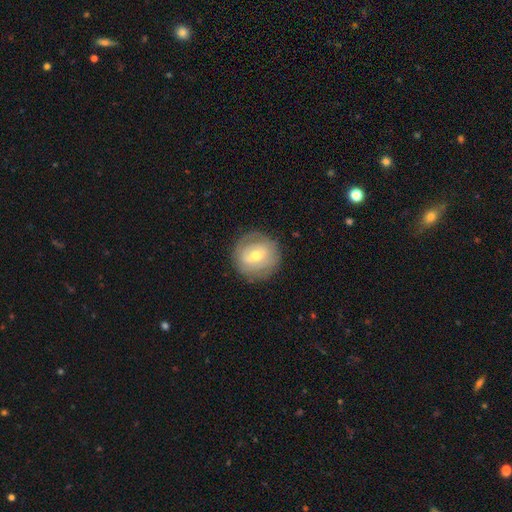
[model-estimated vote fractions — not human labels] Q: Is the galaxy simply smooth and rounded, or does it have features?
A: featured or disk — 55%.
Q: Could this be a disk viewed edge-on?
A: no — 96%.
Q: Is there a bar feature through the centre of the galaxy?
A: weak — 50%.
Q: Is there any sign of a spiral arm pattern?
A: yes — 55%.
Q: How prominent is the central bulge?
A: moderate — 62%.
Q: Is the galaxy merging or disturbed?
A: none — 82%.